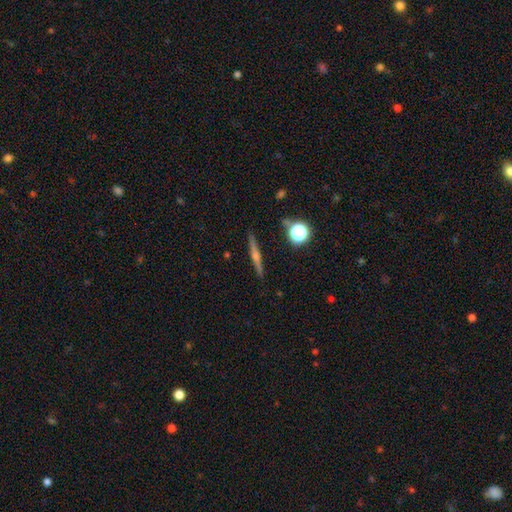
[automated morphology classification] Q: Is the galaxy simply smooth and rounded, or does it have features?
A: featured or disk — 68%.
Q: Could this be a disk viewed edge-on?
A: yes — 98%.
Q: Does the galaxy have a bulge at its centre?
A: rounded — 84%.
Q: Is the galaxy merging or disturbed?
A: none — 90%.